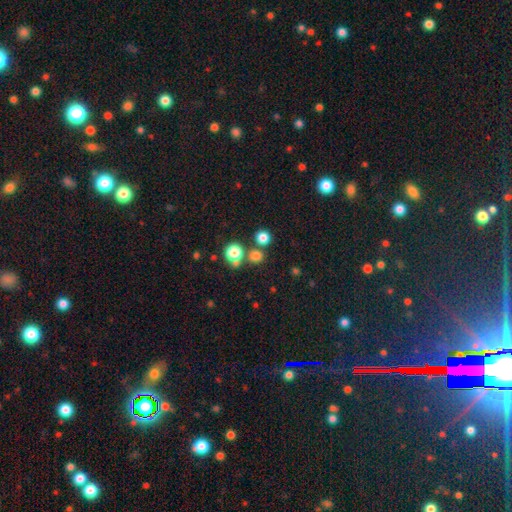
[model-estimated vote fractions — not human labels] A smooth galaxy with no disk features (74%) that is round (88%).

Vote fractions:
- Smooth or featured? smooth: 74% / star or artifact: 20% / featured or disk: 6%
- How rounded? round: 88% / in between: 11% / cigar-shaped: 1%
- Merging? none: 70% / merger: 19% / minor disturbance: 8% / major disturbance: 4%